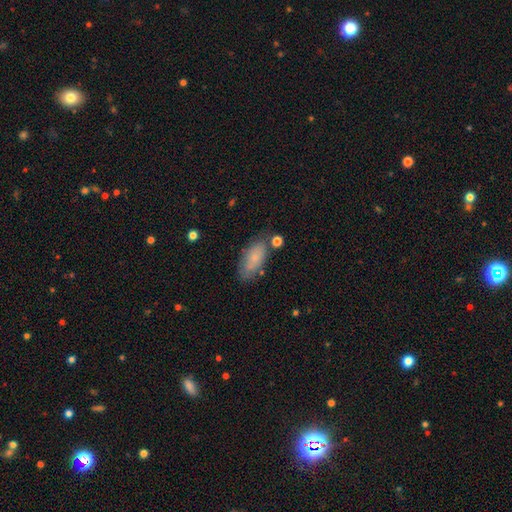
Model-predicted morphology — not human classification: Q: Smooth or featured?
A: smooth (78%); runner-up: featured or disk (15%)
Q: How rounded?
A: in between (87%); runner-up: cigar-shaped (10%)
Q: Merging?
A: none (70%); runner-up: minor disturbance (19%)